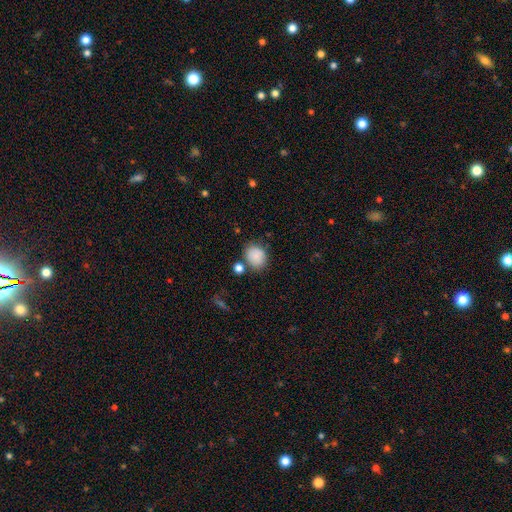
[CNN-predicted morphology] This is clearly a smooth galaxy (86%). How rounded: likely round (62%). Merging: likely none (71%).